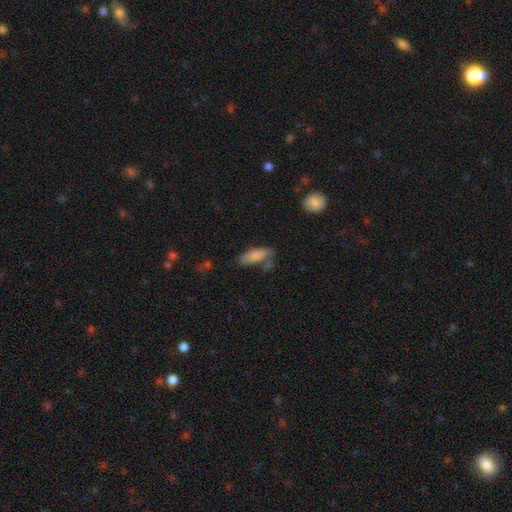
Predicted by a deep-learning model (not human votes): A smooth galaxy with no disk features (82%) that is in between round and cigar-shaped (65%).

Vote fractions:
- Smooth or featured? smooth: 82% / featured or disk: 10% / star or artifact: 7%
- How rounded? in between: 65% / cigar-shaped: 33% / round: 2%
- Merging? none: 54% / minor disturbance: 26% / merger: 10% / major disturbance: 9%